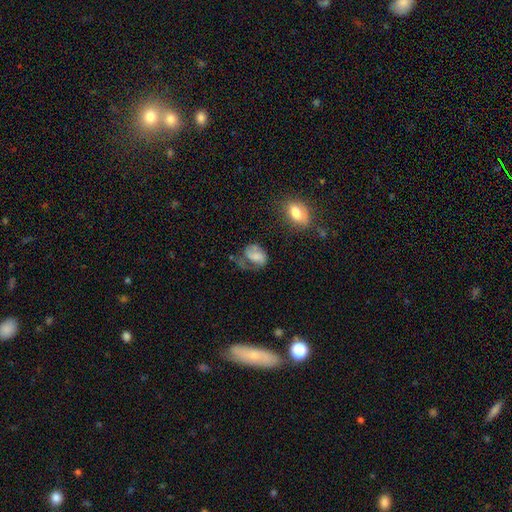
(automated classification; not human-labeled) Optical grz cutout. It shows a featured or disk galaxy (47%). Merging: none (36%).